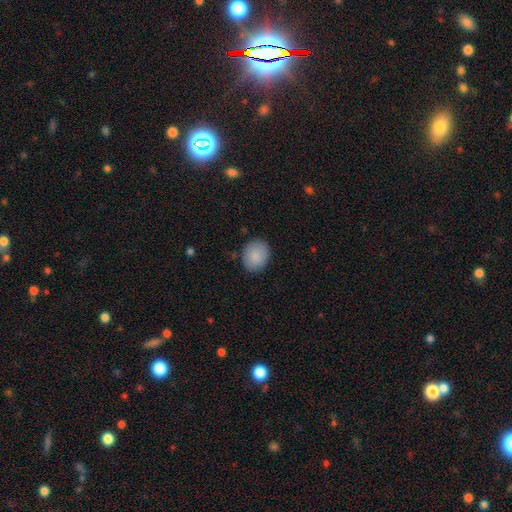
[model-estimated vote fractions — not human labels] smooth-or-featured: smooth: 88% | star or artifact: 7% | featured or disk: 6%
  how-rounded: round: 54% | in between: 45% | cigar-shaped: 1%
  merging: none: 86% | minor disturbance: 11% | major disturbance: 2% | merger: 1%